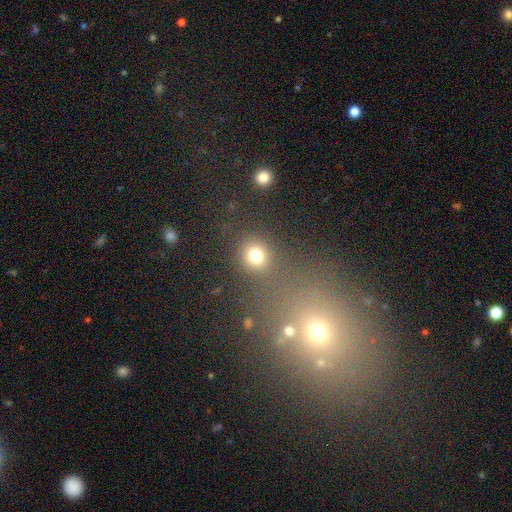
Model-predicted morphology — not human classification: A smooth galaxy with no disk features (75%) that is round (81%). Merging: none (79%).